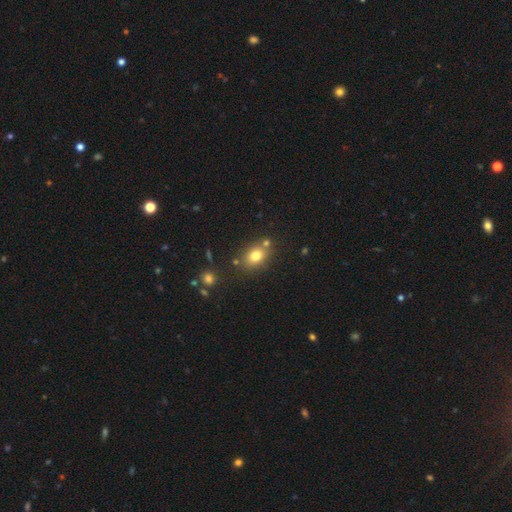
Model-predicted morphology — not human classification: Smooth or featured? smooth (77%)
How rounded? in between (63%)
Merging? none (71%)